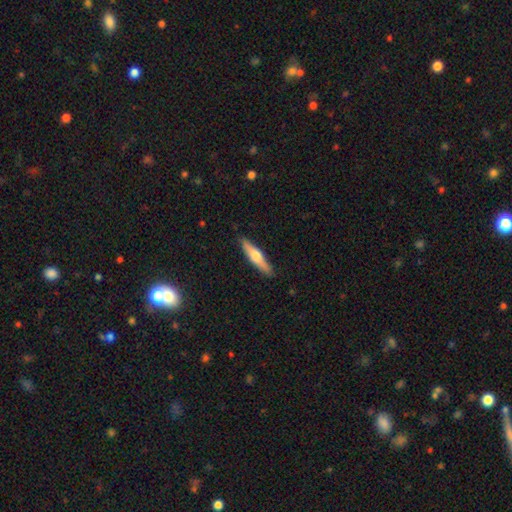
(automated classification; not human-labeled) Morphology: type=smooth (51%); roundness=cigar-shaped (81%); merging=none (89%).